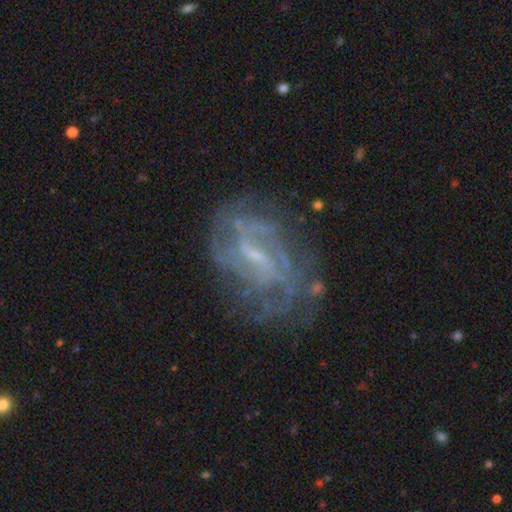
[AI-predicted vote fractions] A featured or disk galaxy (82%) with a weak bar (56%), tight (42%) spiral arms (85%) and a small central bulge (64%). Merging: none (62%).